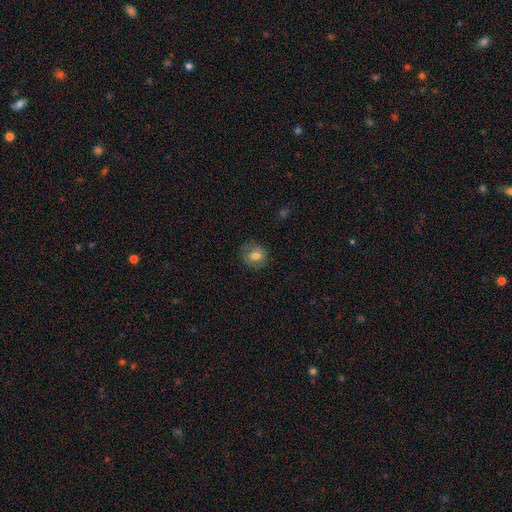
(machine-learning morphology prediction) smooth 73%, featured or disk 17%, star or artifact 9%. Down the decision tree: how rounded — round (77%); merging — none (77%).